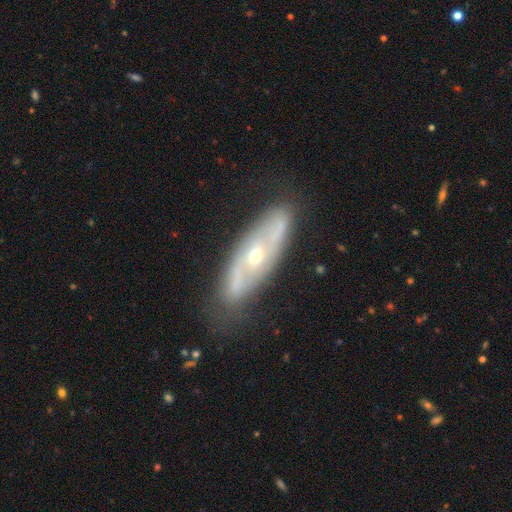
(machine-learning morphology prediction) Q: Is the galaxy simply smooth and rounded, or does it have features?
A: featured or disk — 73%.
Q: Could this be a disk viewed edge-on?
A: no — 78%.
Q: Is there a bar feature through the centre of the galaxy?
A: no — 73%.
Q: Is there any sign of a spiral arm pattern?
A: yes — 60%.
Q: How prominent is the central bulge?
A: moderate — 50%.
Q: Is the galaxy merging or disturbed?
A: none — 79%.